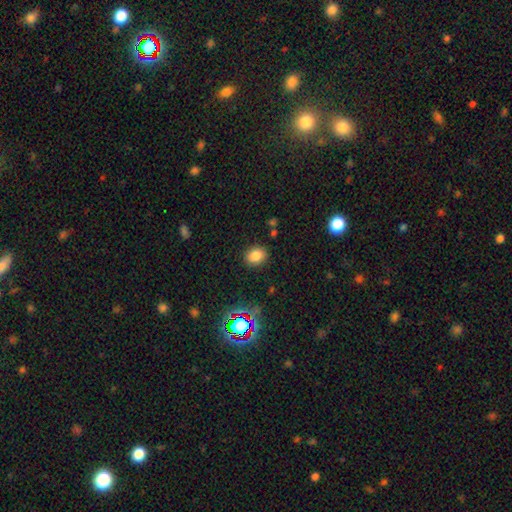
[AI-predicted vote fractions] This is clearly a smooth galaxy (81%). How rounded: possibly round (55%). Merging: clearly none (86%).